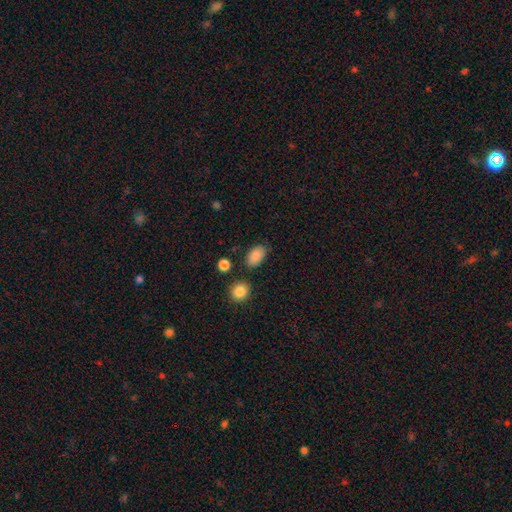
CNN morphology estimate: Overall: smooth (87%). How rounded: in between (91%). Merging: none (80%).